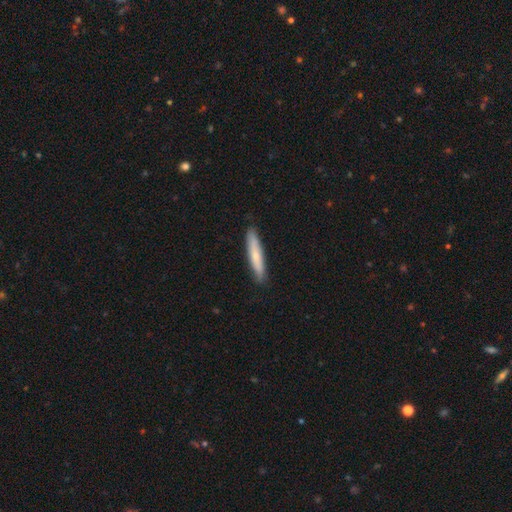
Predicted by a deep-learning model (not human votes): Smooth or featured: smooth — 67% (featured or disk — 28%)
How rounded: cigar-shaped — 92% (in between — 7%)
Merging: none — 89% (minor disturbance — 9%)